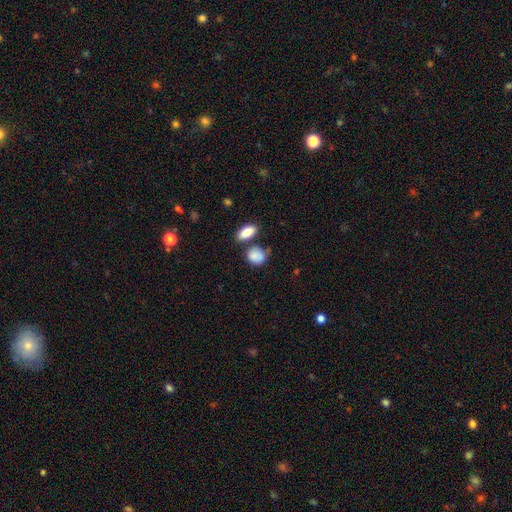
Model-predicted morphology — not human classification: Smooth or featured? smooth (87%)
How rounded? round (49%, tied with in between)
Merging? none (54%)